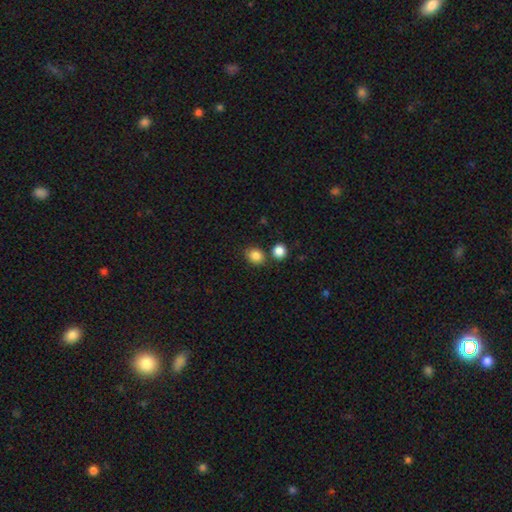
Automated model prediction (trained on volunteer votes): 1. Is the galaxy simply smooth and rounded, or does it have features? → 86% smooth, 10% star or artifact, 4% featured or disk.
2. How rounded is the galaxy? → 62% round, 37% in between, 1% cigar-shaped.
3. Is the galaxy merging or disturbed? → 73% none, 13% merger, 11% minor disturbance, 3% major disturbance.